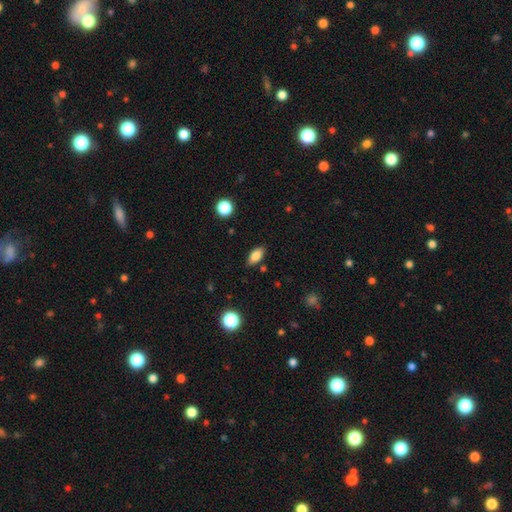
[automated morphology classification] Smooth or featured? smooth (84%)
How rounded? in between (88%)
Merging? none (85%)